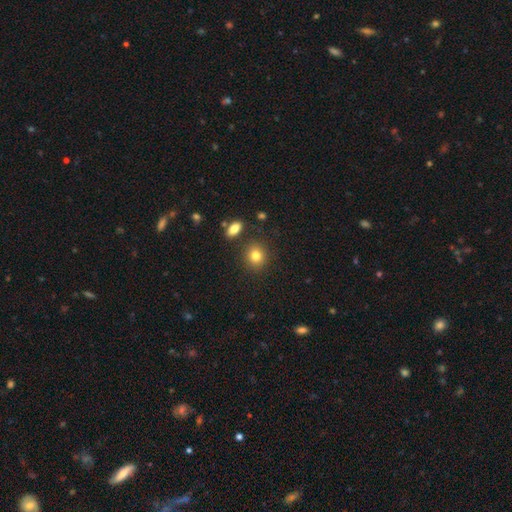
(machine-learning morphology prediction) Q: Smooth or featured?
A: smooth (81%); runner-up: star or artifact (11%)
Q: How rounded?
A: round (77%); runner-up: in between (22%)
Q: Merging?
A: none (85%); runner-up: minor disturbance (8%)